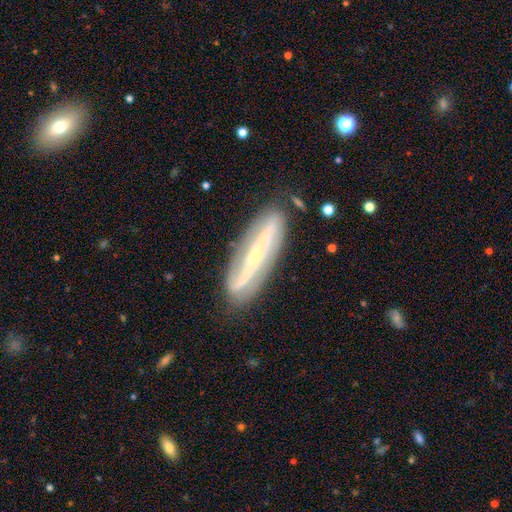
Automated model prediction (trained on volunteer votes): Smooth or featured?
  - featured or disk: 79% *
  - smooth: 15%
  - star or artifact: 6%
Edge-on disk?
  - no: 69% *
  - yes: 31%
Bar?
  - strong: 58% *
  - no: 21%
  - weak: 21%
Spiral arms?
  - yes: 86% *
  - no: 14%
Bulge size?
  - small: 73% *
  - moderate: 21%
  - none: 3%
  - large: 2%
  - dominant: 1%
Merging?
  - none: 81% *
  - minor disturbance: 14%
  - major disturbance: 3%
  - merger: 2%